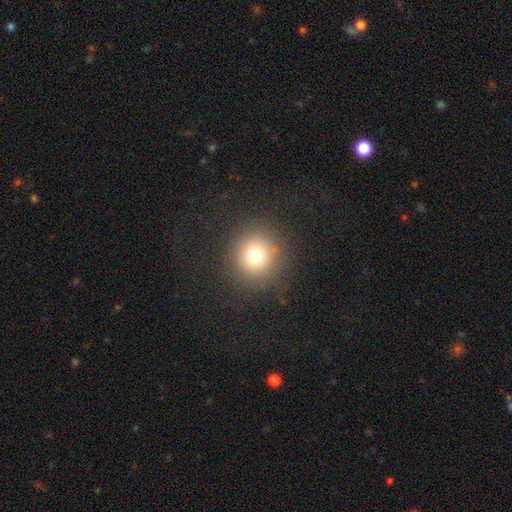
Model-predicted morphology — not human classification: Smooth or featured?
  - smooth: 73% *
  - star or artifact: 16%
  - featured or disk: 11%
How rounded?
  - round: 92% *
  - in between: 7%
  - cigar-shaped: 1%
Merging?
  - none: 87% *
  - minor disturbance: 8%
  - major disturbance: 5%
  - merger: 1%